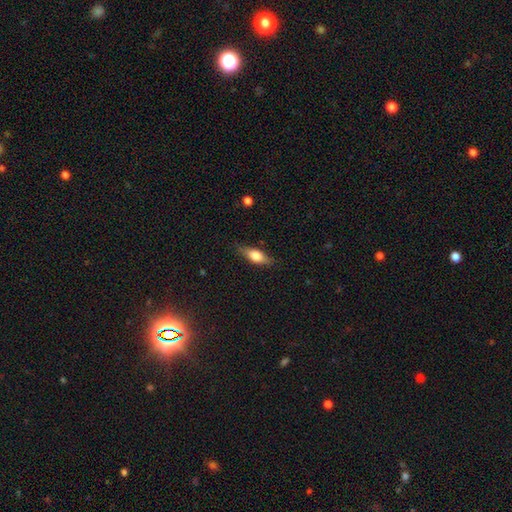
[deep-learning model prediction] This is likely a smooth galaxy (65%). How rounded: likely in between (68%). Merging: likely none (76%).